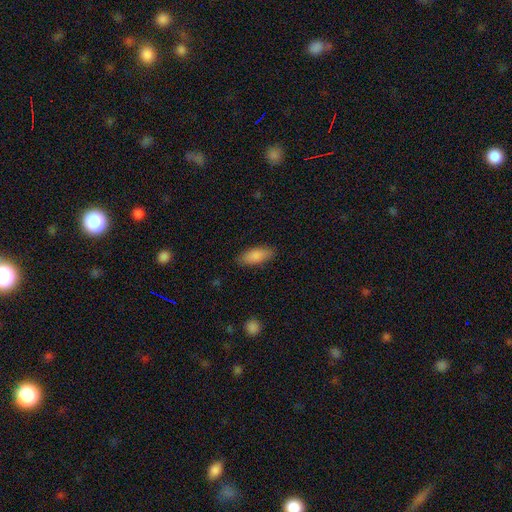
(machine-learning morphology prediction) Q: Smooth or featured?
A: smooth (87%); runner-up: featured or disk (7%)
Q: How rounded?
A: in between (78%); runner-up: cigar-shaped (20%)
Q: Merging?
A: none (87%); runner-up: minor disturbance (10%)